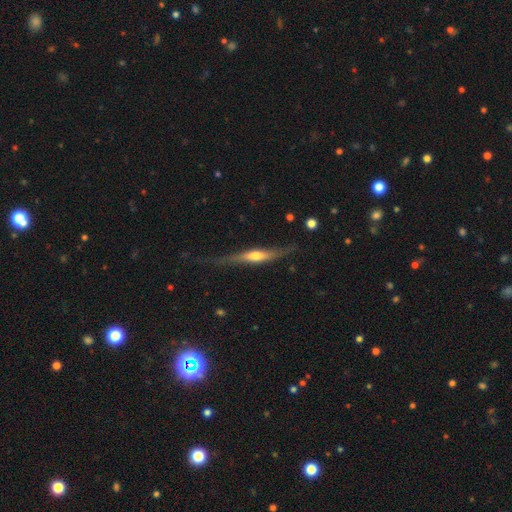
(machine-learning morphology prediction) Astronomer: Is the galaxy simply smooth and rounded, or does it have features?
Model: featured or disk — 64%.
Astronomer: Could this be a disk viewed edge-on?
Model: yes — 89%.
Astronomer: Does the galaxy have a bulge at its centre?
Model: rounded — 77%.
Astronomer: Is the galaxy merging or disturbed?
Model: none — 63%.